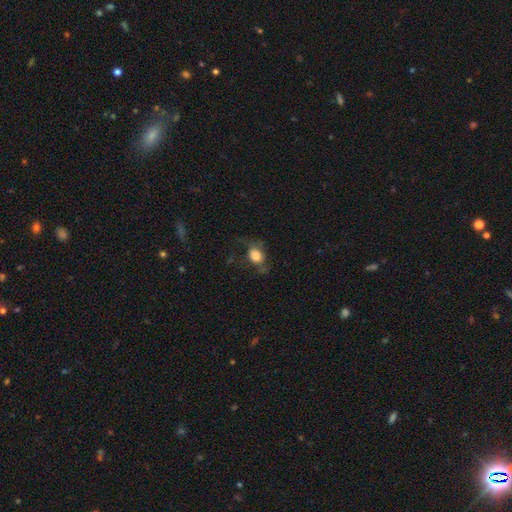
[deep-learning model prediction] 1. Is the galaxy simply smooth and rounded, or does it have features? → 73% smooth, 18% featured or disk, 9% star or artifact.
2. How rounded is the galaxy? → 63% in between, 35% round, 2% cigar-shaped.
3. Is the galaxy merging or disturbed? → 45% none, 28% major disturbance, 25% minor disturbance, 2% merger.